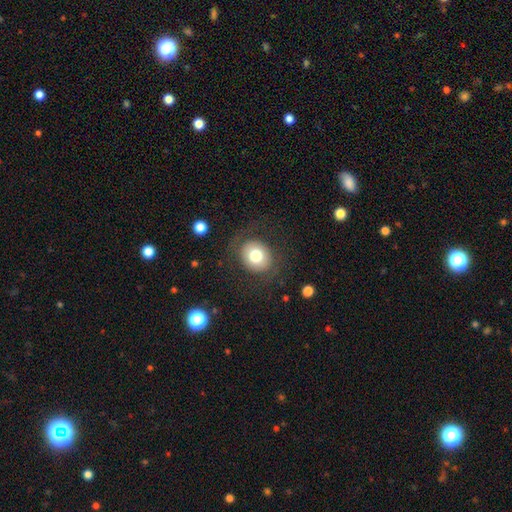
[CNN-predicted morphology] Smooth or featured: smooth — 75% (featured or disk — 16%)
How rounded: round — 71% (in between — 28%)
Merging: none — 80% (minor disturbance — 11%)